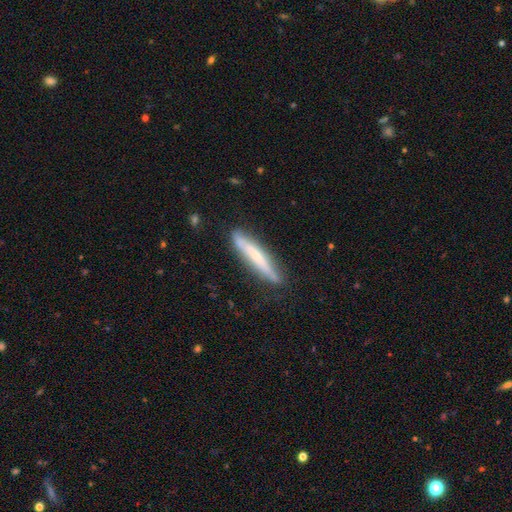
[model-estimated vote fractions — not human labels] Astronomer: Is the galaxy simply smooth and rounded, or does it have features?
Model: featured or disk — 50% (runner-up: smooth, 44%).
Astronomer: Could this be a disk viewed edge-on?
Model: yes — 80%.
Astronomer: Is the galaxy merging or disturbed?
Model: none — 81%.